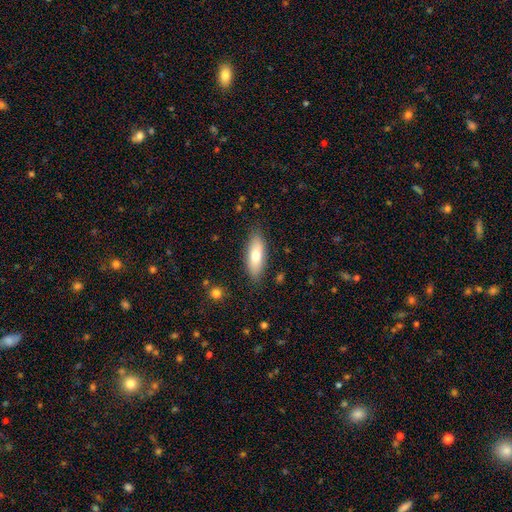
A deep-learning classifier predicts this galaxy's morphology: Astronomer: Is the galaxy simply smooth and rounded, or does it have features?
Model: smooth — 74%.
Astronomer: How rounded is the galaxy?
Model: in between — 63%.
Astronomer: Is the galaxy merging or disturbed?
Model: none — 84%.